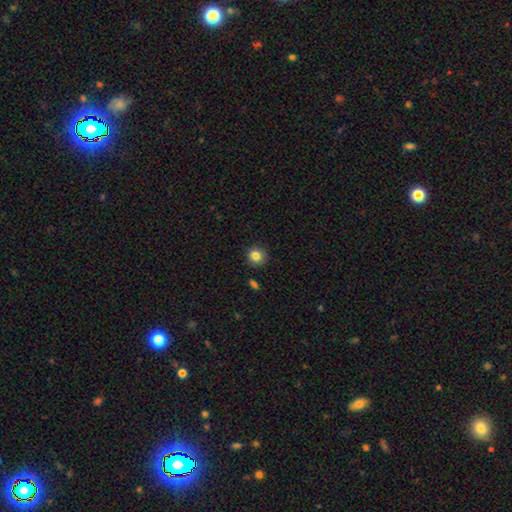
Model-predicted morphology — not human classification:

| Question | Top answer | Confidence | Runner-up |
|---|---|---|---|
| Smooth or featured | smooth | 84% | star or artifact (10%) |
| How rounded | round | 92% | in between (7%) |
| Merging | none | 90% | minor disturbance (6%) |